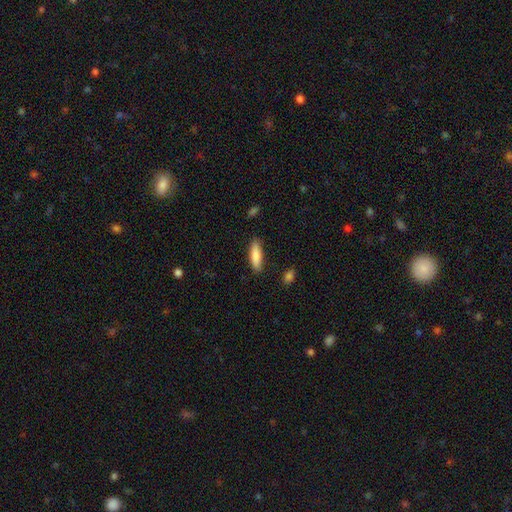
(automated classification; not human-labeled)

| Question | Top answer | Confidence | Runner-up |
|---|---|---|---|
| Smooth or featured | smooth | 85% | featured or disk (9%) |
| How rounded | cigar-shaped | 56% | in between (42%) |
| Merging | none | 85% | minor disturbance (11%) |